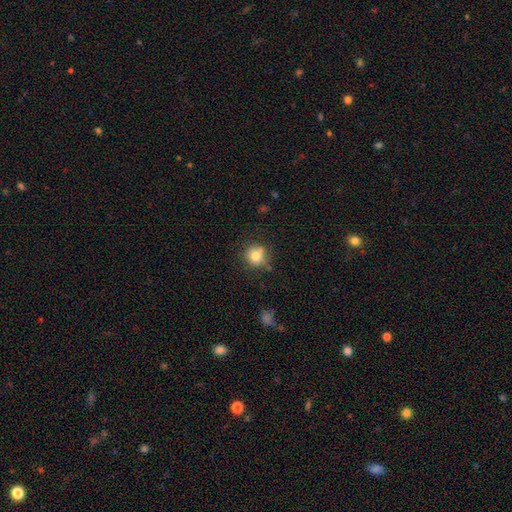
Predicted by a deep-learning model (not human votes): smooth 80%, star or artifact 11%, featured or disk 9%. Down the decision tree: how rounded — round (89%); merging — none (70%).